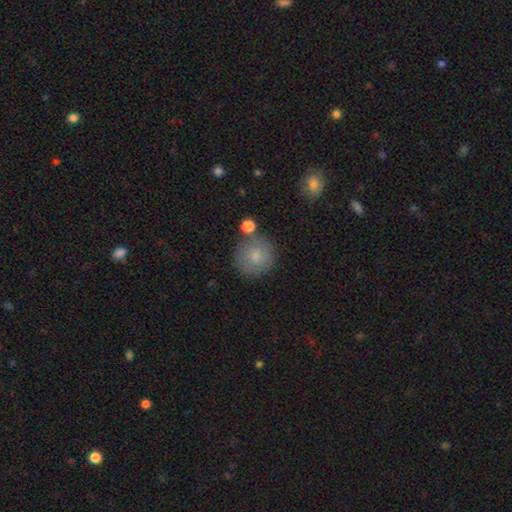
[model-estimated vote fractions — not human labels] Morphology: type=smooth (79%); roundness=round (93%); merging=none (76%).